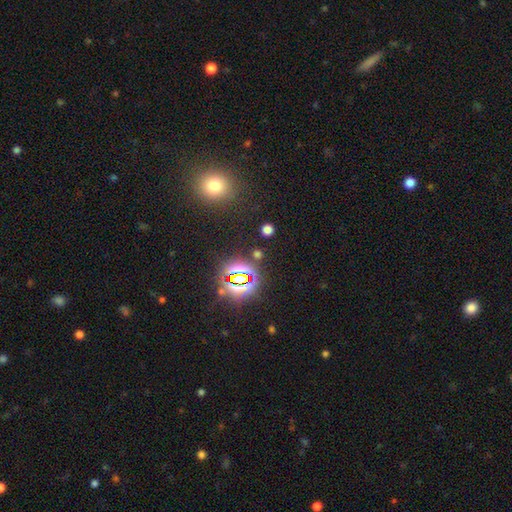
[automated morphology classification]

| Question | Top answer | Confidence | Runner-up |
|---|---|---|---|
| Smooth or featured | star or artifact | 74% | smooth (18%) |